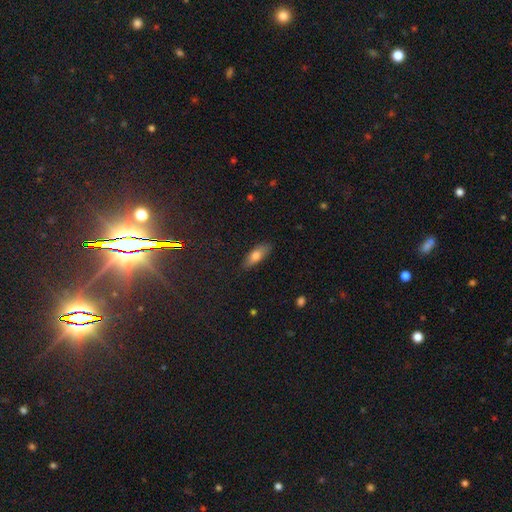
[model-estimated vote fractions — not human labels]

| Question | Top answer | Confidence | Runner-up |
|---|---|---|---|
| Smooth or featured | smooth | 73% | featured or disk (20%) |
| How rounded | in between | 68% | cigar-shaped (30%) |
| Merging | none | 82% | minor disturbance (14%) |